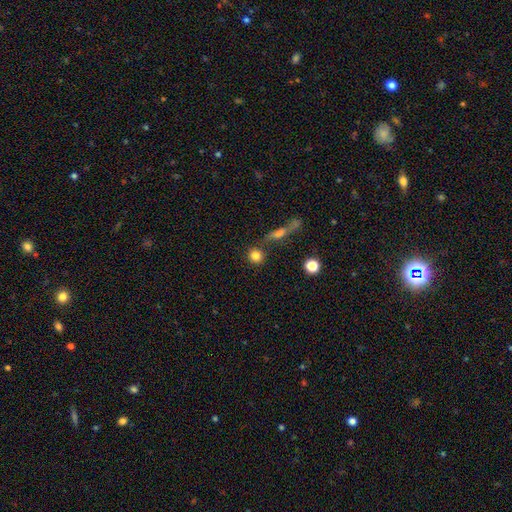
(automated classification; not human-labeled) Overall: smooth (82%). How rounded: round (88%). Merging: none (76%).